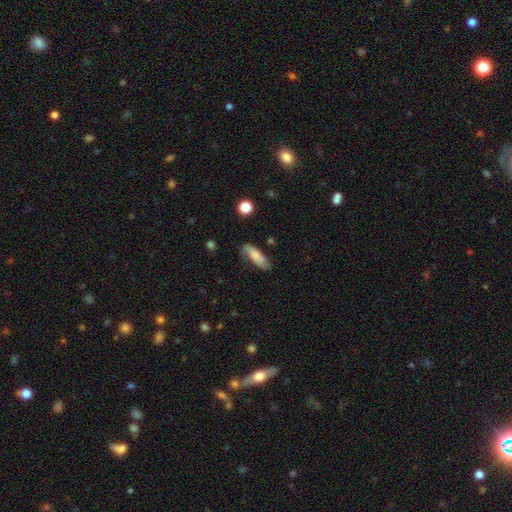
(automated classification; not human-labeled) Morphology: type=smooth (64%); roundness=in between (59%); merging=none (66%).